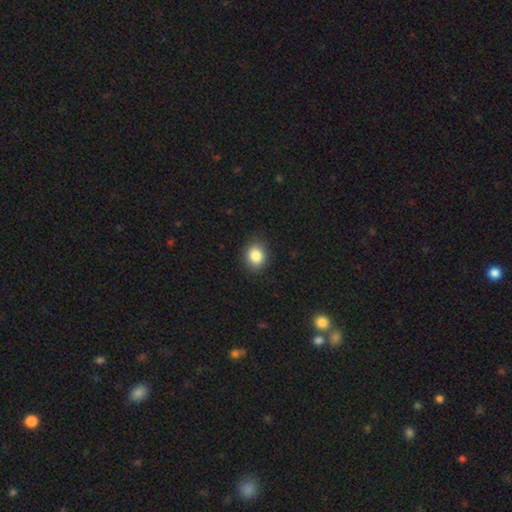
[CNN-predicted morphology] The model was most divided on "how rounded": round: 68%, in between: 31%, cigar-shaped: 1%. More confident: merging — none (89%); smooth or featured — smooth (85%).